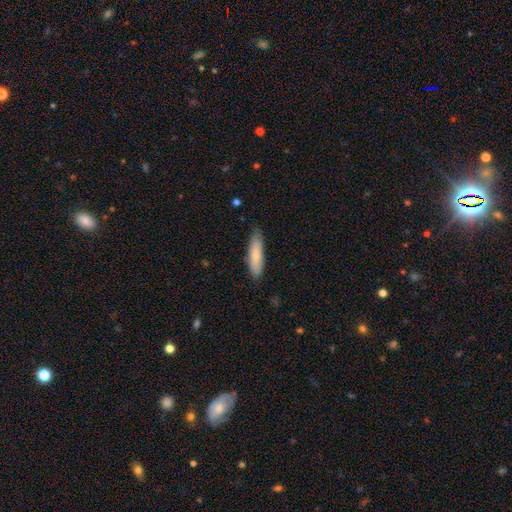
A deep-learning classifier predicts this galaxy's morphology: type=smooth (79%); roundness=cigar-shaped (64%); merging=none (82%).